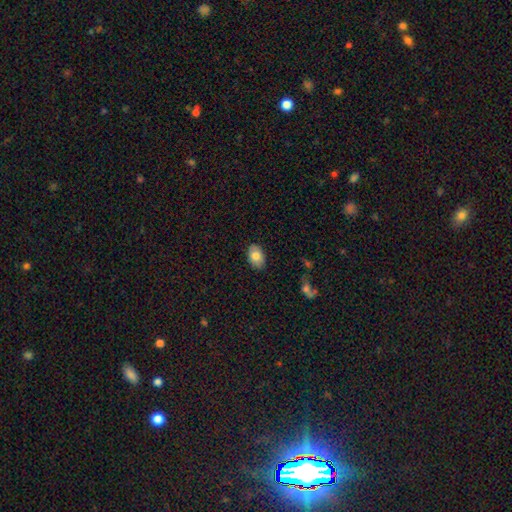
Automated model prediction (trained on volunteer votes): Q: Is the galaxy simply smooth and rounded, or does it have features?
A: smooth — 80%.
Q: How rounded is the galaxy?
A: in between — 86%.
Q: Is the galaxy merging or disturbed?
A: none — 87%.